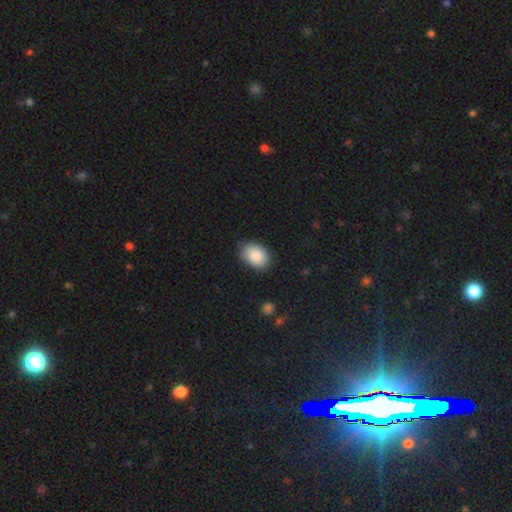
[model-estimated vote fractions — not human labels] Smooth or featured?
  - smooth: 87% *
  - star or artifact: 7%
  - featured or disk: 6%
How rounded?
  - in between: 79% *
  - round: 20%
  - cigar-shaped: 1%
Merging?
  - none: 81% *
  - minor disturbance: 15%
  - major disturbance: 3%
  - merger: 1%